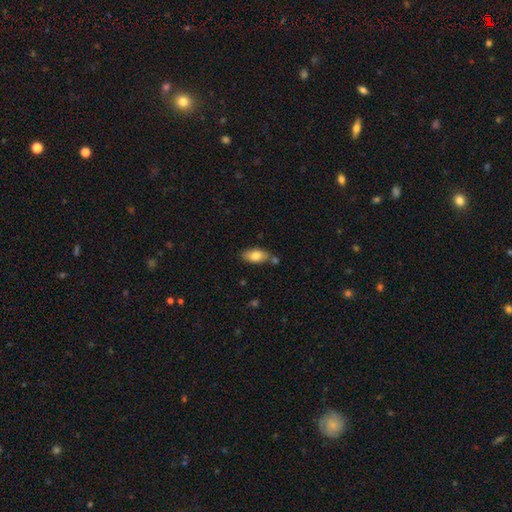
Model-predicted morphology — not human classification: Smooth or featured?
  - smooth: 79% *
  - featured or disk: 13%
  - star or artifact: 7%
How rounded?
  - in between: 90% *
  - cigar-shaped: 6%
  - round: 4%
Merging?
  - none: 71% *
  - minor disturbance: 15%
  - merger: 10%
  - major disturbance: 3%